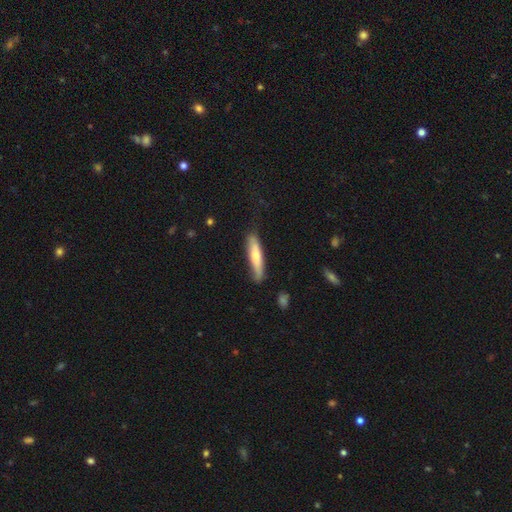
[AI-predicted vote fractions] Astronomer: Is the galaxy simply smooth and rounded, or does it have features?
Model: smooth — 62%.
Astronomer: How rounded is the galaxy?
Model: cigar-shaped — 85%.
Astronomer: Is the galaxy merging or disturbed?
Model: none — 74%.